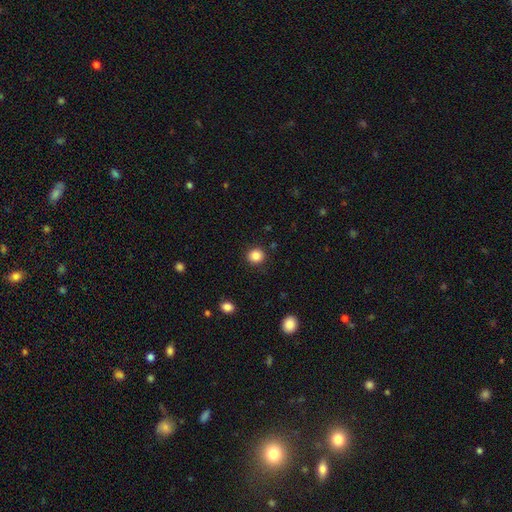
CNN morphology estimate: Smooth or featured?
  - smooth: 86% *
  - star or artifact: 11%
  - featured or disk: 4%
How rounded?
  - round: 90% *
  - in between: 9%
  - cigar-shaped: 1%
Merging?
  - none: 91% *
  - minor disturbance: 6%
  - major disturbance: 2%
  - merger: 1%